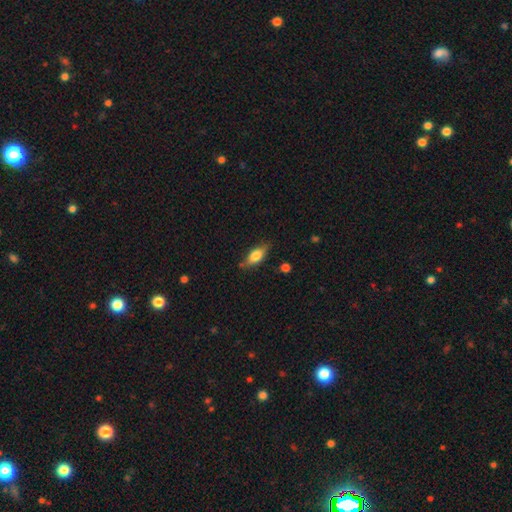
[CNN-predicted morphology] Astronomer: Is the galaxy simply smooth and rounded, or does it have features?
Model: smooth — 68%.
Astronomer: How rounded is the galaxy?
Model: in between — 78%.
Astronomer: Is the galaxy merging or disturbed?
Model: none — 75%.